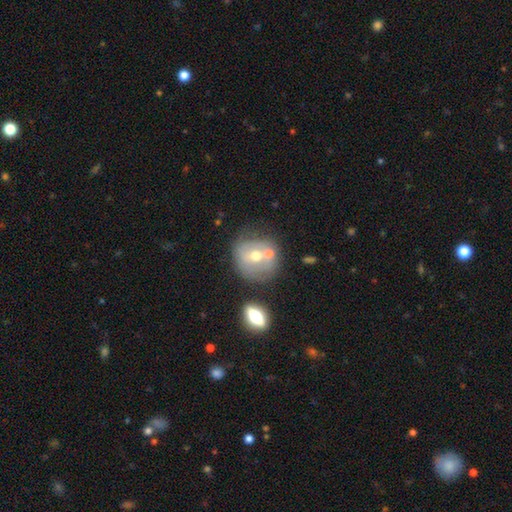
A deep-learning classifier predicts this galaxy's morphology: Smooth or featured? Predicted: smooth (p=0.50). How rounded? Predicted: round (p=0.81). Merging? Predicted: none (p=0.46).